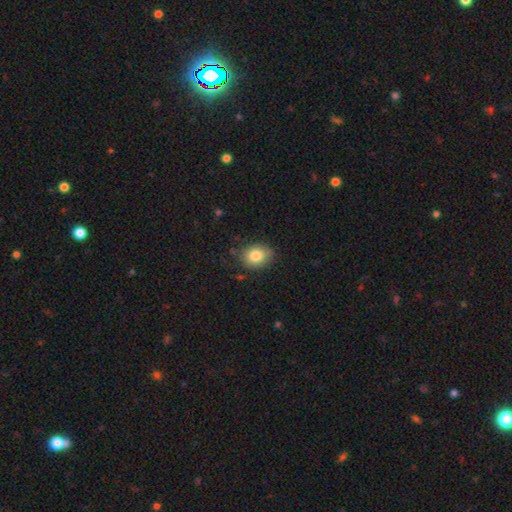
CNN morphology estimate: This appears to be a smooth galaxy with no disk features (83%) that is in between round and cigar-shaped (54%). Merging: none (76%).